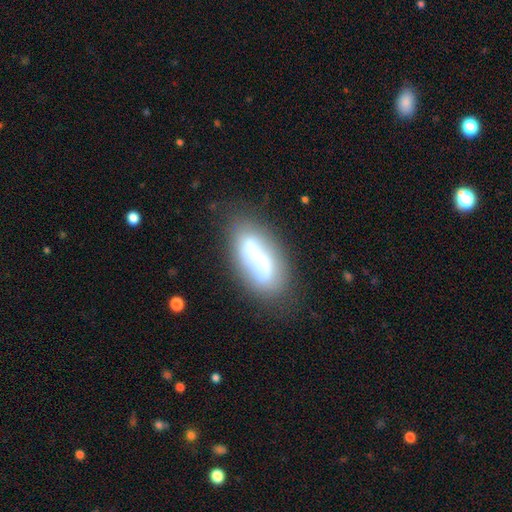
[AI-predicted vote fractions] smooth_or_featured: smooth (p=0.56) [alt: featured or disk p=0.34]
how_rounded: in between (p=0.82) [alt: cigar-shaped p=0.13]
merging: none (p=0.49) [alt: minor disturbance p=0.20]